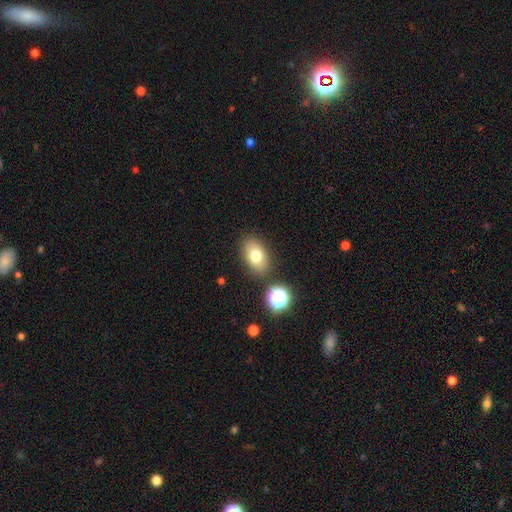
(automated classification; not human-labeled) A smooth galaxy with no disk features (75%) that is in between round and cigar-shaped (83%). Merging: none (83%).